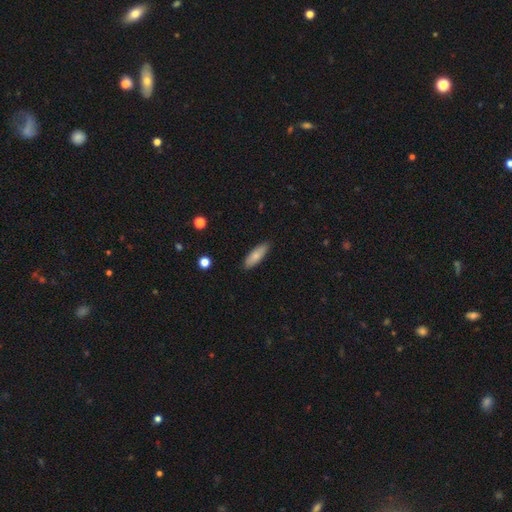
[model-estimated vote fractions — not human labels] smooth_or_featured: smooth (p=0.80) [alt: featured or disk p=0.14]
how_rounded: in between (p=0.53) [alt: cigar-shaped p=0.45]
merging: none (p=0.87) [alt: minor disturbance p=0.10]